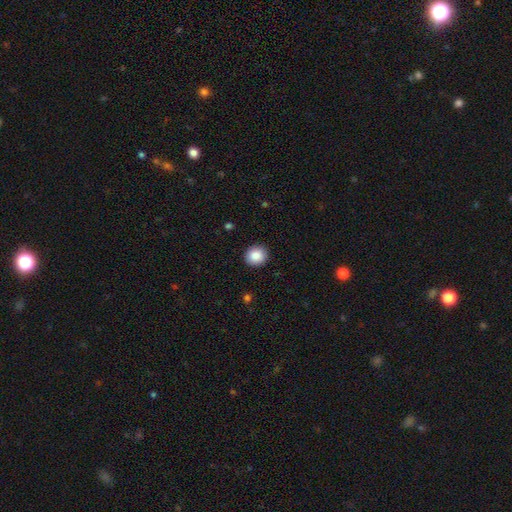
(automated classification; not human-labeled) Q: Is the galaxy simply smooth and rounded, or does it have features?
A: smooth — 87%.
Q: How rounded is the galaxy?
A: round — 83%.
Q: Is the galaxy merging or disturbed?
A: none — 91%.